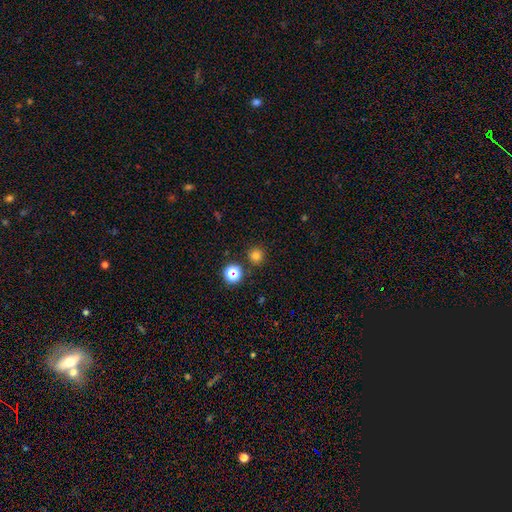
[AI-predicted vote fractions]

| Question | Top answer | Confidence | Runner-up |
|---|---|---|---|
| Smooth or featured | smooth | 77% | star or artifact (18%) |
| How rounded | round | 95% | in between (4%) |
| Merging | none | 88% | minor disturbance (6%) |